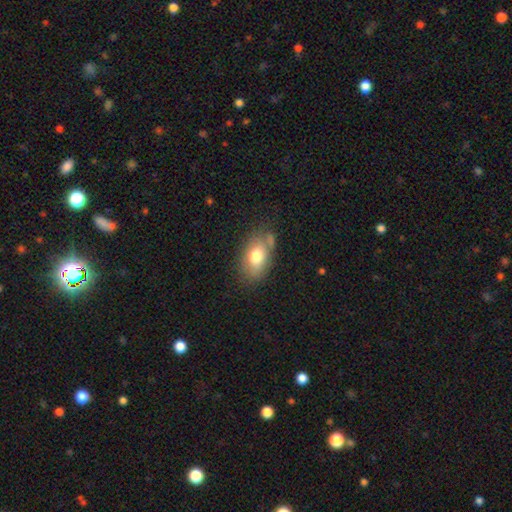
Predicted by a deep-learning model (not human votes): A smooth galaxy with no disk features (74%) that is in between round and cigar-shaped (87%). Merging: none (63%).